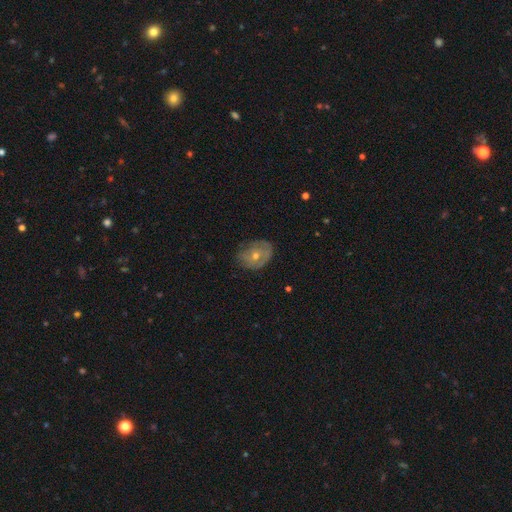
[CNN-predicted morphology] This is possibly a featured or disk galaxy (55%). It is clearly not viewed edge-on (95%). Bar: clearly no (82%). Spiral arm pattern: possibly yes (54%). Central bulge: possibly moderate (51%). Merging: likely none (67%).